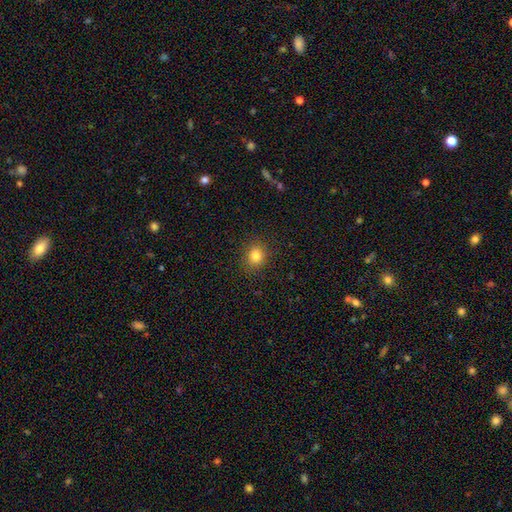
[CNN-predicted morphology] The model was most divided on "how rounded": round: 77%, in between: 22%, cigar-shaped: 1%. More confident: merging — none (89%); smooth or featured — smooth (82%).